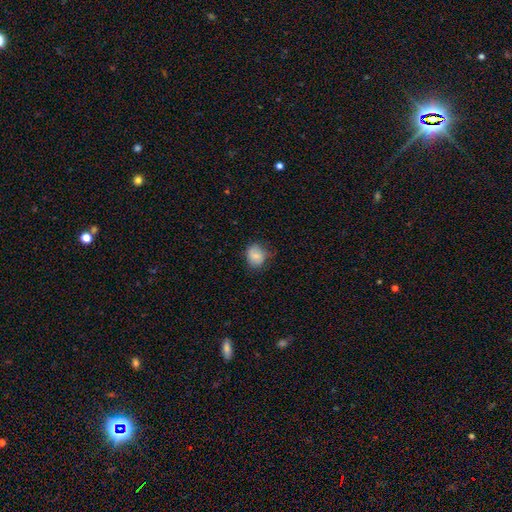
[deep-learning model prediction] smooth 79%, featured or disk 13%, star or artifact 9%. Down the decision tree: how rounded — round (67%); merging — none (68%).